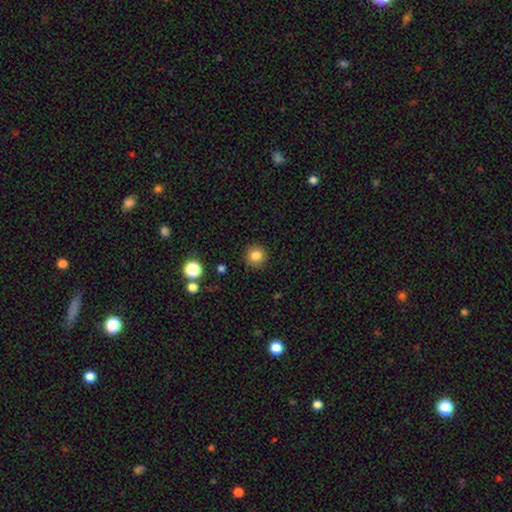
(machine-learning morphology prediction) smooth_or_featured: smooth (p=0.83) [alt: star or artifact p=0.11]
how_rounded: round (p=0.94) [alt: in between p=0.05]
merging: none (p=0.91) [alt: minor disturbance p=0.05]